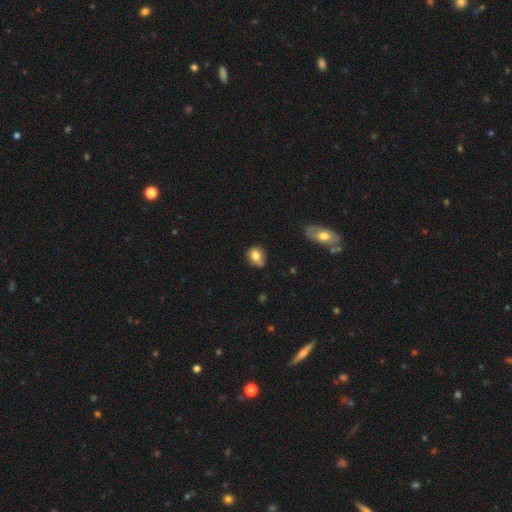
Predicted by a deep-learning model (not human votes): This appears to be a smooth galaxy with no disk features (77%) that is round (50%). Merging: none (51%).